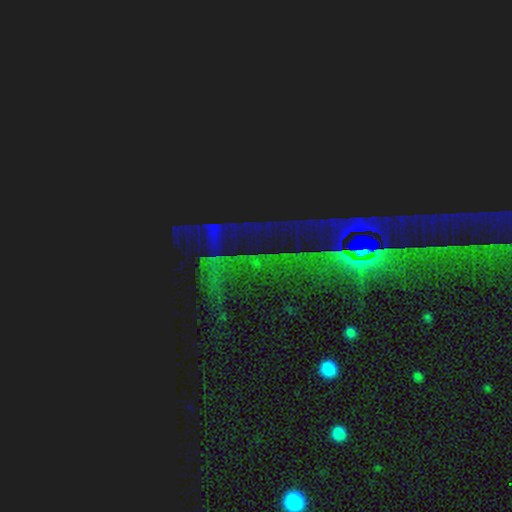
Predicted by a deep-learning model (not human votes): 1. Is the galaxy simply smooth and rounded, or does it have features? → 83% star or artifact, 9% featured or disk, 7% smooth.